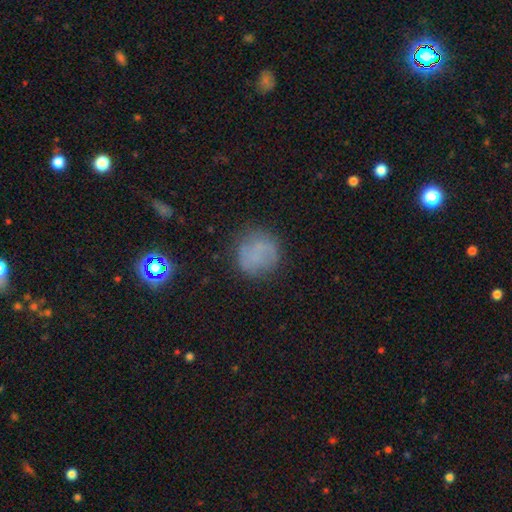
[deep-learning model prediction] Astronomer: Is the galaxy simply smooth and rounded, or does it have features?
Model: smooth — 65%.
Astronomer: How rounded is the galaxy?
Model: round — 88%.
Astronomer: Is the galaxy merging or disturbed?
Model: none — 76%.